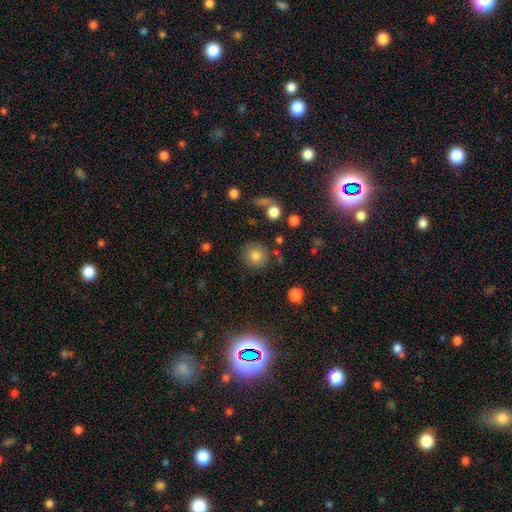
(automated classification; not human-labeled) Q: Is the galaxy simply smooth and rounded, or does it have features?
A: smooth — 80%.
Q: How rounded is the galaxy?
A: round — 91%.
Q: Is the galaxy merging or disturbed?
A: none — 82%.